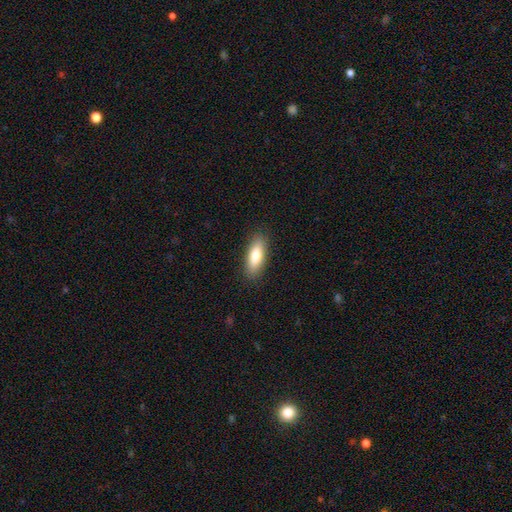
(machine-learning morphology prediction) Overall: smooth (79%). How rounded: in between (63%; cigar-shaped 35%). Merging: none (88%).